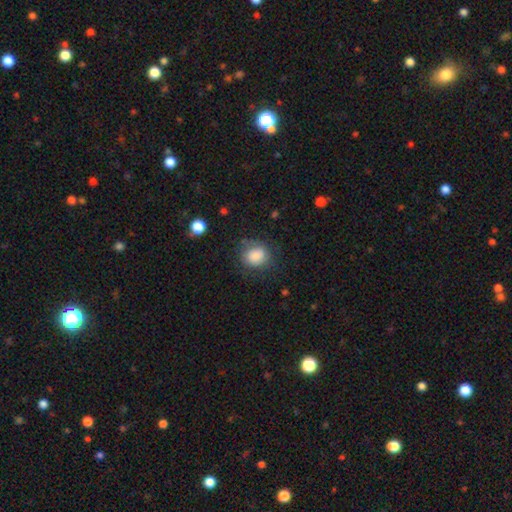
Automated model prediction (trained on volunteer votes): This is clearly a smooth galaxy (84%). How rounded: likely round (67%). Merging: likely none (66%).